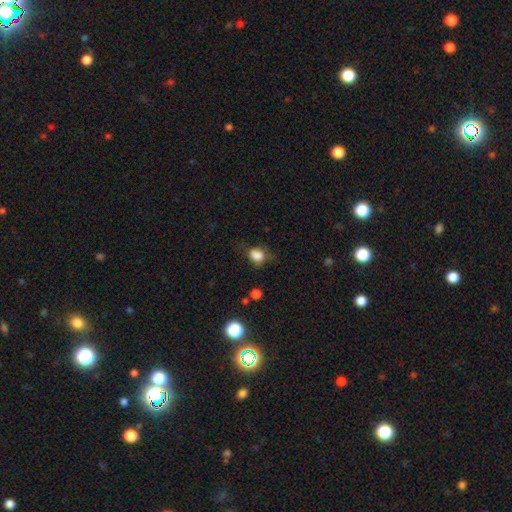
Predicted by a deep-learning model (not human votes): This is clearly a smooth galaxy (82%). How rounded: possibly in between (57%). Merging: possibly none (51%).